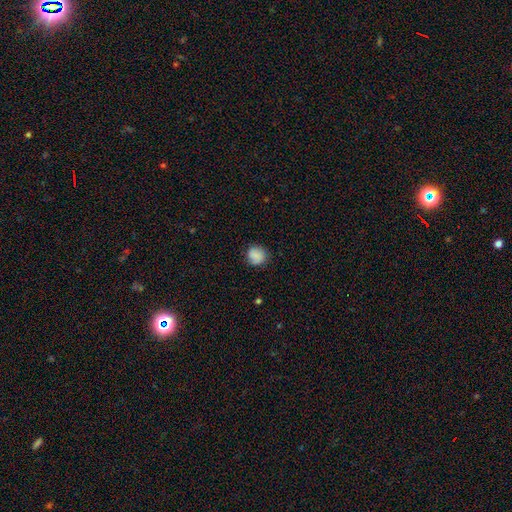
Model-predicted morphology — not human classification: Smooth or featured? Predicted: smooth (p=0.84). How rounded? Predicted: round (p=0.84). Merging? Predicted: none (p=0.78).